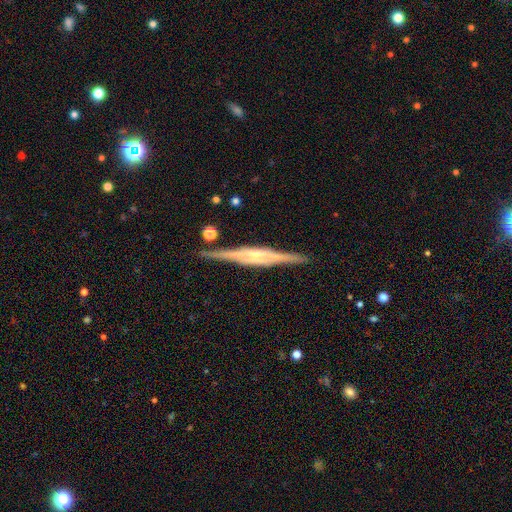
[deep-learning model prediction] Smooth or featured? Predicted: featured or disk (p=0.85). Edge-on disk? Predicted: yes (p=0.98). Edge-on bulge? Predicted: boxy (p=0.48). Merging? Predicted: none (p=0.87).